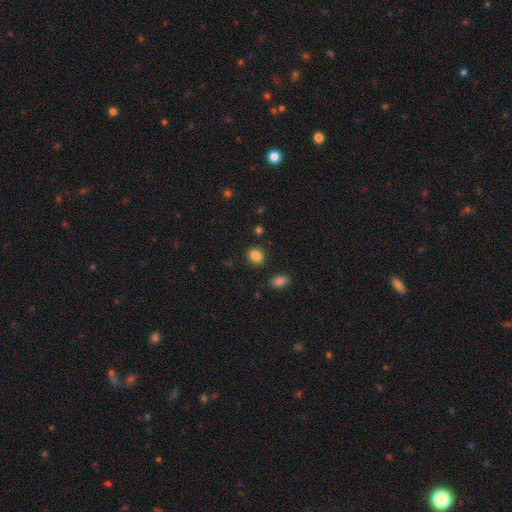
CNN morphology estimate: A smooth galaxy with no disk features (86%) that is round (65%). Merging: none (87%).